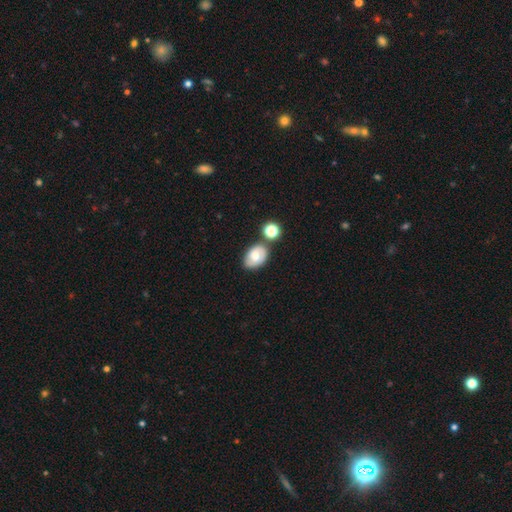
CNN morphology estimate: Smooth or featured?
  - smooth: 57% *
  - featured or disk: 34%
  - star or artifact: 9%
How rounded?
  - in between: 83% *
  - round: 15%
  - cigar-shaped: 1%
Merging?
  - none: 63% *
  - minor disturbance: 19%
  - merger: 13%
  - major disturbance: 5%